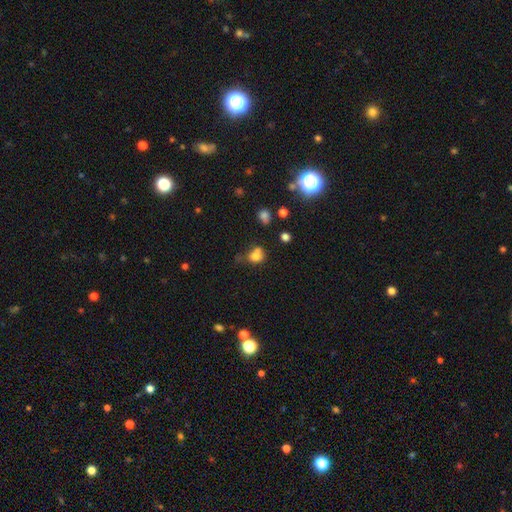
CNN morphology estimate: This is likely a smooth galaxy (74%). How rounded: likely round (62%). Merging: marginally none (39%).